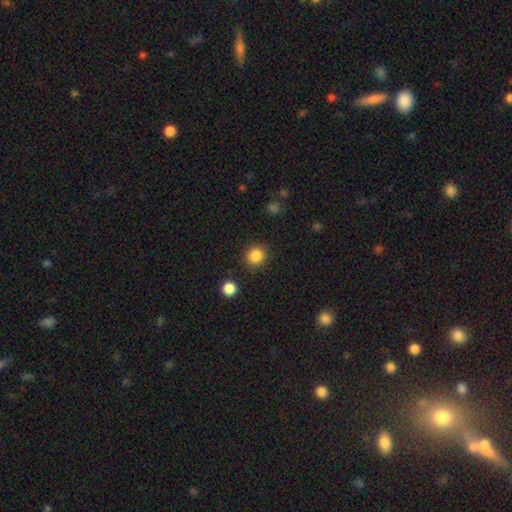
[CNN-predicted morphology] Smooth or featured?
  - smooth: 86% *
  - star or artifact: 10%
  - featured or disk: 4%
How rounded?
  - round: 89% *
  - in between: 10%
  - cigar-shaped: 1%
Merging?
  - none: 89% *
  - minor disturbance: 6%
  - major disturbance: 3%
  - merger: 2%